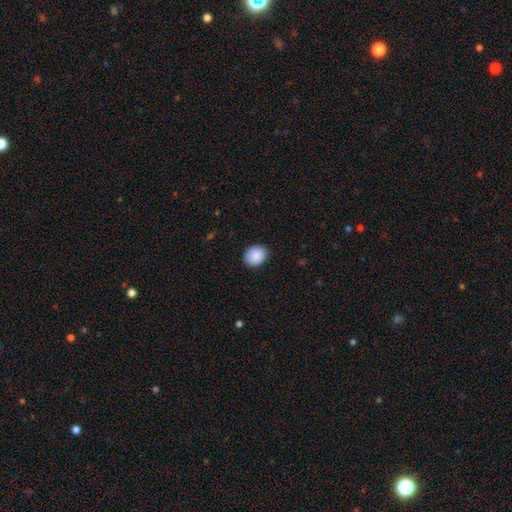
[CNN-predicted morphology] Q: Smooth or featured?
A: smooth (89%); runner-up: star or artifact (7%)
Q: How rounded?
A: round (52%); runner-up: in between (47%)
Q: Merging?
A: none (88%); runner-up: minor disturbance (9%)